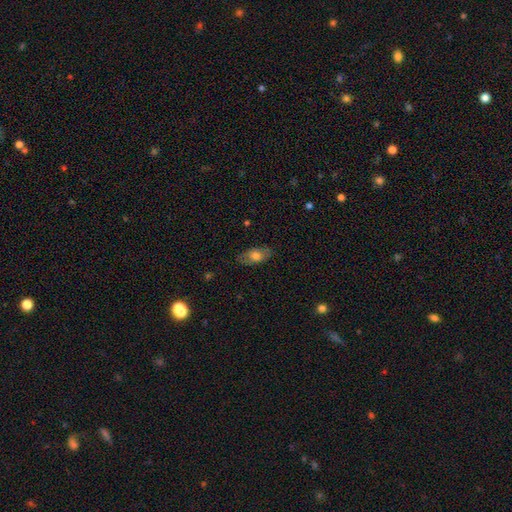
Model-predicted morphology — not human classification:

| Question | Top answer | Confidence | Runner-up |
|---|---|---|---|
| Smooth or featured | smooth | 69% | featured or disk (24%) |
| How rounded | in between | 88% | round (7%) |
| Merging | none | 80% | minor disturbance (15%) |